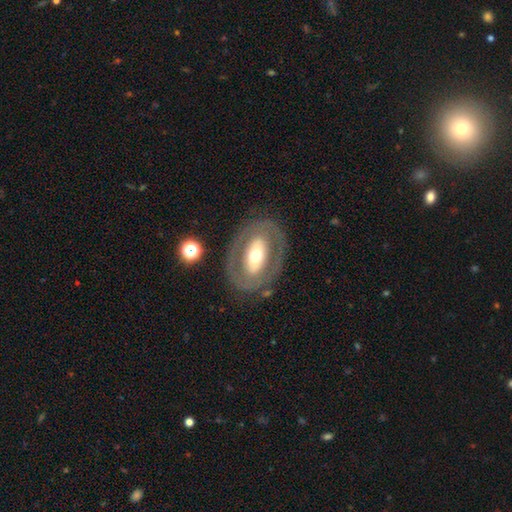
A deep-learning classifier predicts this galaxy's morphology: Smooth or featured? Predicted: featured or disk (p=0.61). Edge-on disk? Predicted: no (p=0.90). Bar? Predicted: no (p=0.49). Spiral arms? Predicted: no (p=0.81). Bulge size? Predicted: moderate (p=0.60). Merging? Predicted: none (p=0.79).